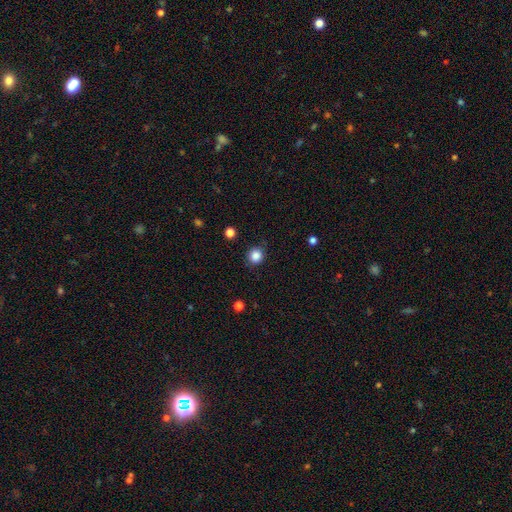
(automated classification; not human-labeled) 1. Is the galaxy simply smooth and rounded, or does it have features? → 85% smooth, 11% star or artifact, 4% featured or disk.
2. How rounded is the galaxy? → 89% round, 10% in between, 1% cigar-shaped.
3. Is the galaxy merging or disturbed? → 85% none, 11% minor disturbance, 3% major disturbance, 1% merger.